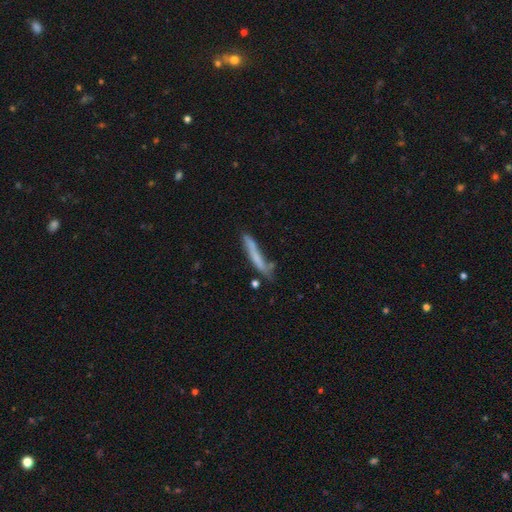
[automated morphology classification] The model was most divided on "smooth or featured": smooth: 60%, featured or disk: 32%, star or artifact: 7%. More confident: how rounded — cigar-shaped (94%); merging — none (60%).